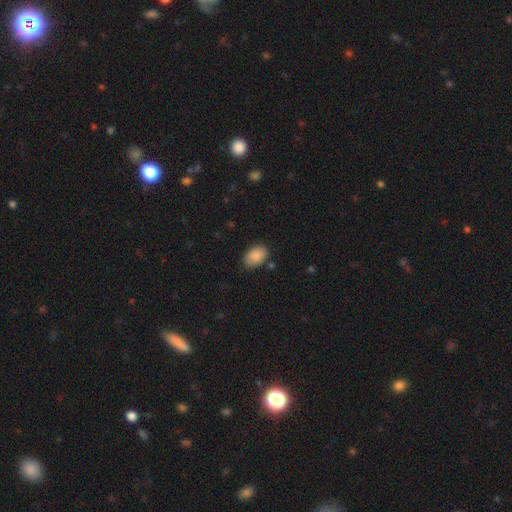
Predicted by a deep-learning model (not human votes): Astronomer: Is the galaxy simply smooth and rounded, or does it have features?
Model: smooth — 87%.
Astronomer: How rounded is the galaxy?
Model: in between — 88%.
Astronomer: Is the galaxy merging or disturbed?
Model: none — 82%.